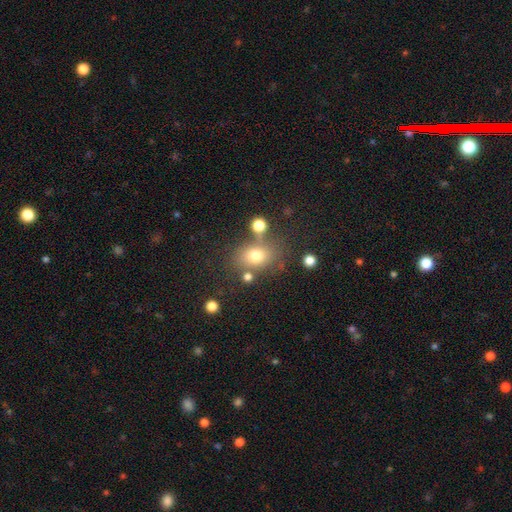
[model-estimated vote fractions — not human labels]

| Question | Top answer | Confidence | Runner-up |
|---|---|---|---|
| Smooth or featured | smooth | 72% | star or artifact (15%) |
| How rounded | in between | 54% | round (45%) |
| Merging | none | 62% | merger (15%) |